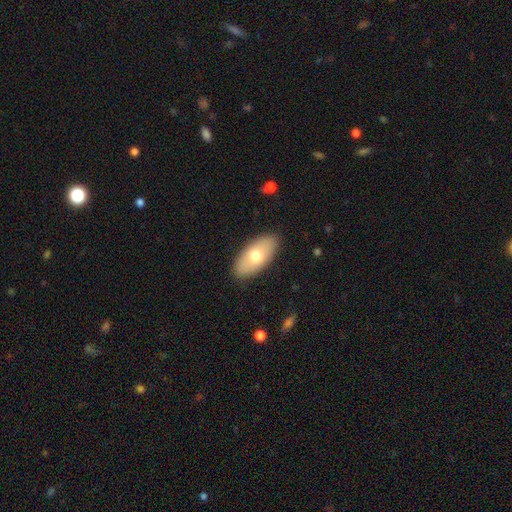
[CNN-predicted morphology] Smooth or featured: smooth — 68% (featured or disk — 26%)
How rounded: in between — 91% (cigar-shaped — 6%)
Merging: none — 88% (minor disturbance — 9%)